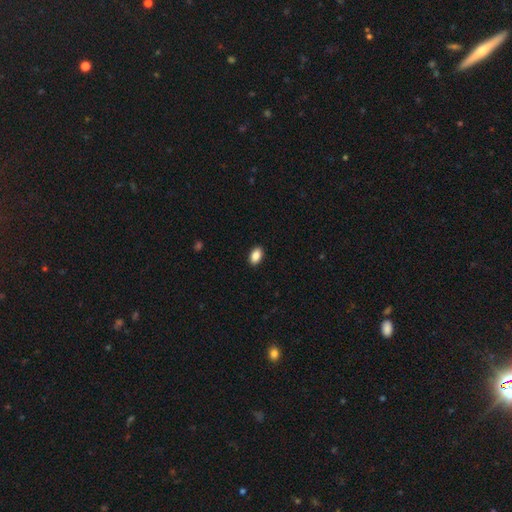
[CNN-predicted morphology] Smooth or featured?
  - smooth: 88% *
  - star or artifact: 8%
  - featured or disk: 5%
How rounded?
  - in between: 91% *
  - round: 7%
  - cigar-shaped: 2%
Merging?
  - none: 90% *
  - minor disturbance: 7%
  - major disturbance: 2%
  - merger: 1%